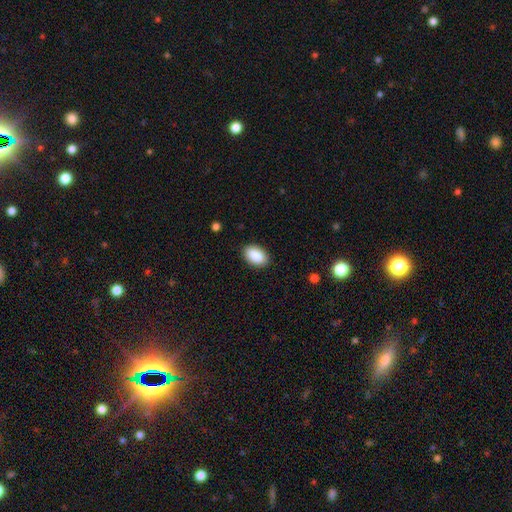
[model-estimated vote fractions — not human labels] This is clearly a smooth galaxy (89%). How rounded: clearly in between (92%). Merging: clearly none (88%).